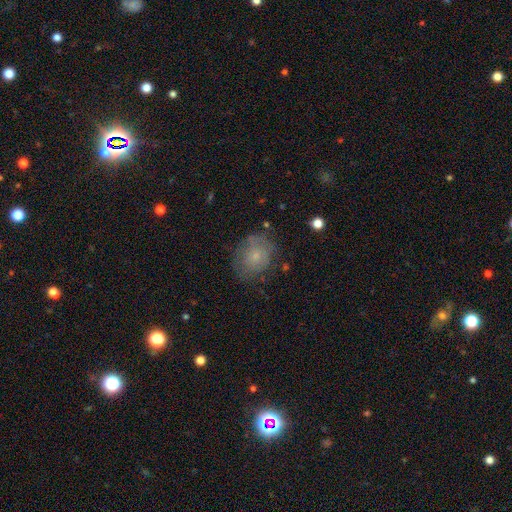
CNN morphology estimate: Q: Smooth or featured?
A: smooth (63%); runner-up: featured or disk (27%)
Q: How rounded?
A: round (60%); runner-up: in between (39%)
Q: Merging?
A: none (67%); runner-up: minor disturbance (22%)